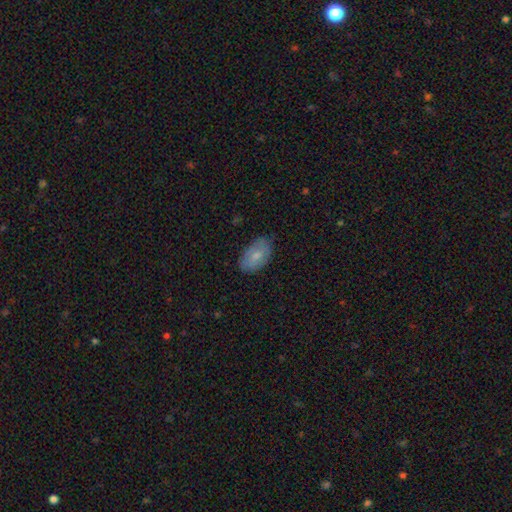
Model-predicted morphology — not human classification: This is likely a smooth galaxy (75%). How rounded: clearly in between (93%). Merging: likely none (79%).